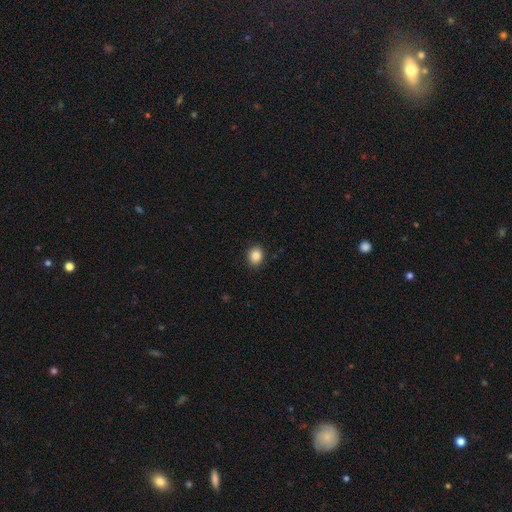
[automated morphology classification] Q: Smooth or featured?
A: smooth (87%); runner-up: star or artifact (9%)
Q: How rounded?
A: round (55%); runner-up: in between (44%)
Q: Merging?
A: none (89%); runner-up: minor disturbance (8%)